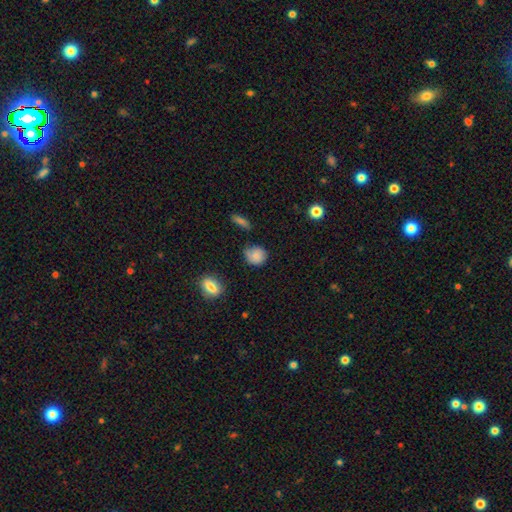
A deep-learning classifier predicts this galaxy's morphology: Overall: smooth (78%). How rounded: round (76%). Merging: none (61%; minor disturbance 29%).